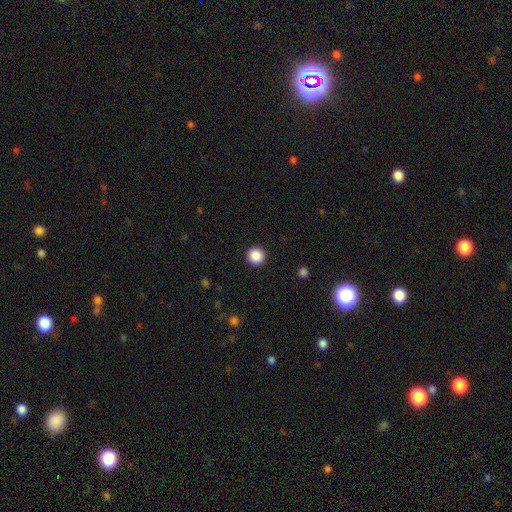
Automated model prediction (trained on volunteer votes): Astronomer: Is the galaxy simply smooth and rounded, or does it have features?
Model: smooth — 88%.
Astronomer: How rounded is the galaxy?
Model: round — 95%.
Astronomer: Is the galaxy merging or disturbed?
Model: none — 92%.